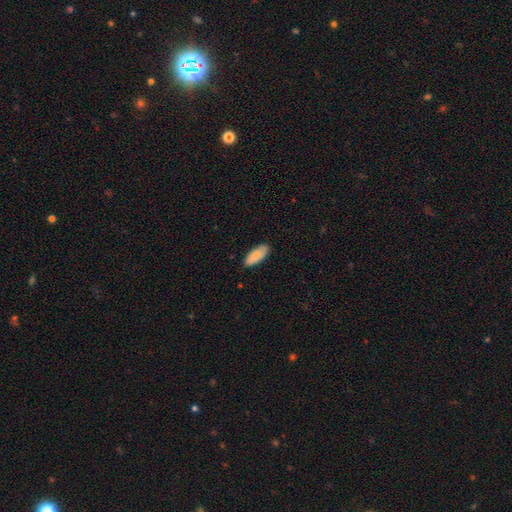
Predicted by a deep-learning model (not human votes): smooth 82%, featured or disk 12%, star or artifact 6%. Down the decision tree: how rounded — in between (83%); merging — none (87%).